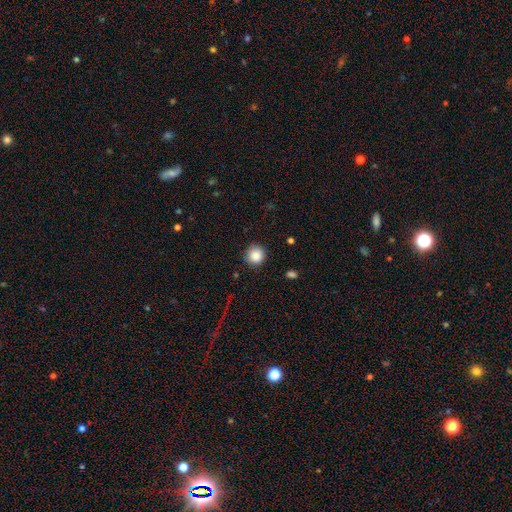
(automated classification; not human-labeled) Overall: smooth (86%). How rounded: round (92%). Merging: none (84%).